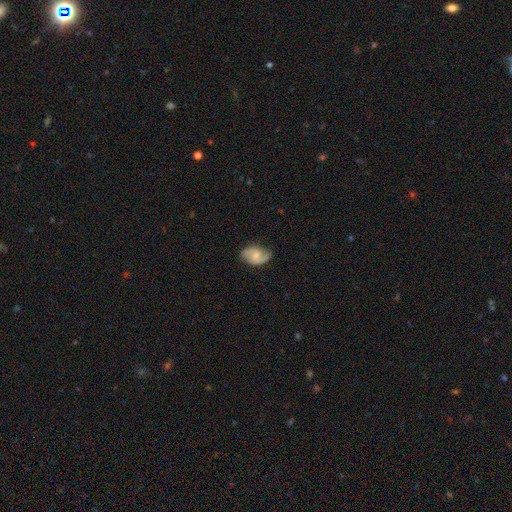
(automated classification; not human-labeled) Overall: featured or disk (69%). Edge-on disk: no (97%). Bar: no (49%; weak 43%). Spiral arms: yes (94%). Spiral arm count: 2 (85%). Spiral winding: medium (48%; loose 30%). Bulge size: small (47%; moderate 35%). Merging: none (73%).